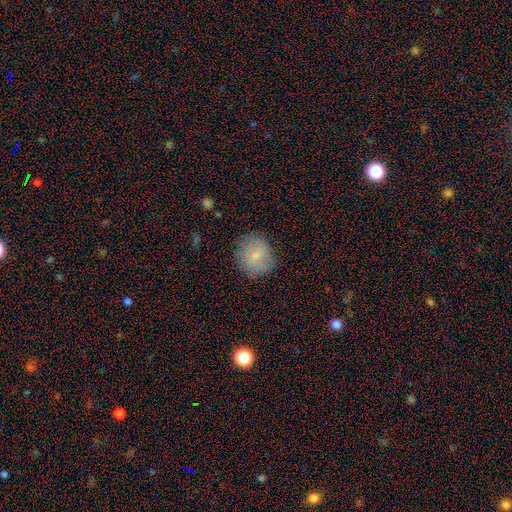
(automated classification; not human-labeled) Overall: smooth (77%). How rounded: round (87%). Merging: none (84%).